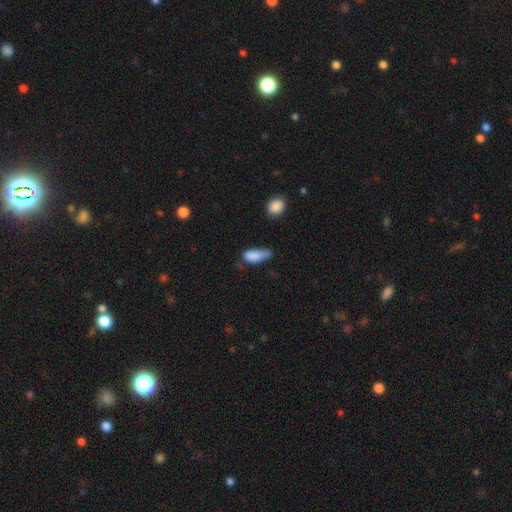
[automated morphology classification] Smooth or featured?
  - smooth: 83% *
  - featured or disk: 9%
  - star or artifact: 8%
How rounded?
  - in between: 73% *
  - cigar-shaped: 24%
  - round: 3%
Merging?
  - minor disturbance: 43% *
  - none: 36%
  - major disturbance: 17%
  - merger: 4%